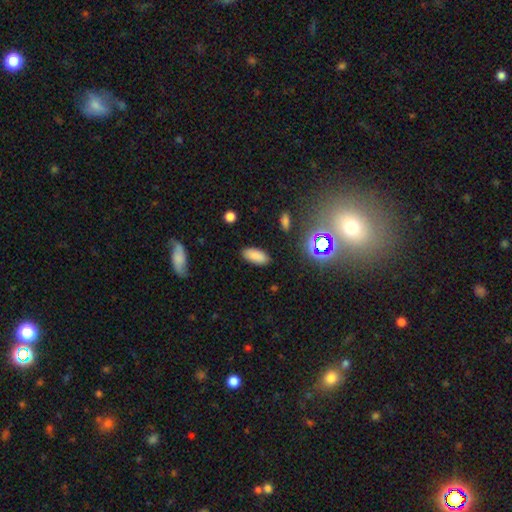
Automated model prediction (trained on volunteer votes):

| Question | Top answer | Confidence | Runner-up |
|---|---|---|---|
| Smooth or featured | smooth | 84% | star or artifact (11%) |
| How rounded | in between | 88% | cigar-shaped (10%) |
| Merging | none | 88% | minor disturbance (9%) |